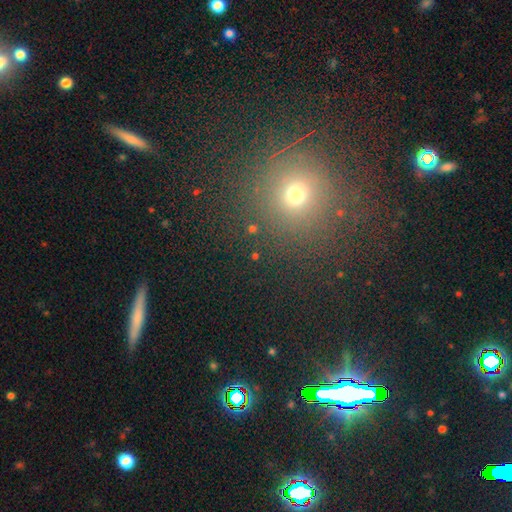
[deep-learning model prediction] Smooth or featured? smooth (48%)
Merging? none (87%)